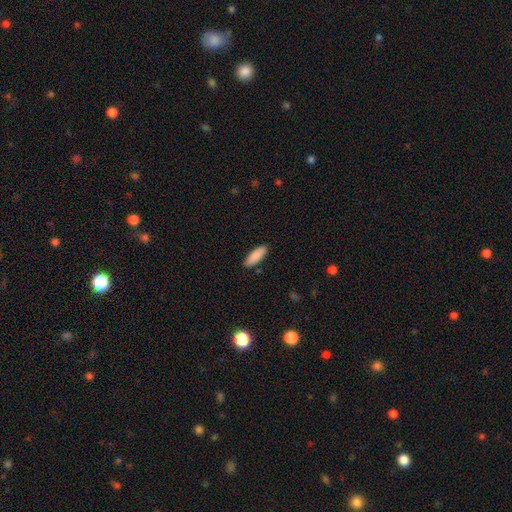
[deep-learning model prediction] Smooth or featured?
  - smooth: 89% *
  - star or artifact: 6%
  - featured or disk: 5%
How rounded?
  - in between: 62% *
  - cigar-shaped: 36%
  - round: 2%
Merging?
  - none: 88% *
  - minor disturbance: 9%
  - major disturbance: 2%
  - merger: 1%